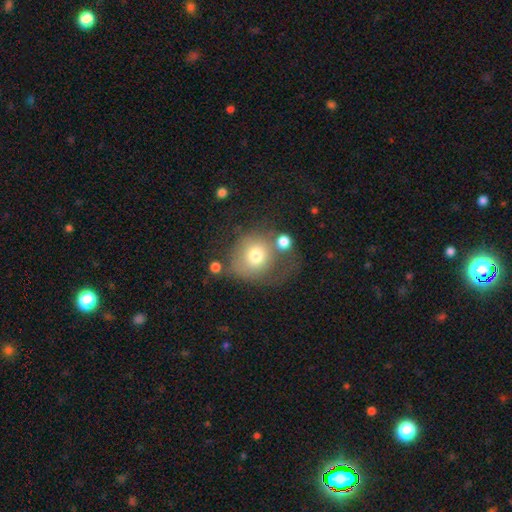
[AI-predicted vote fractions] This appears to be a smooth galaxy with no disk features (67%) that is round (82%). Merging: none (39%).